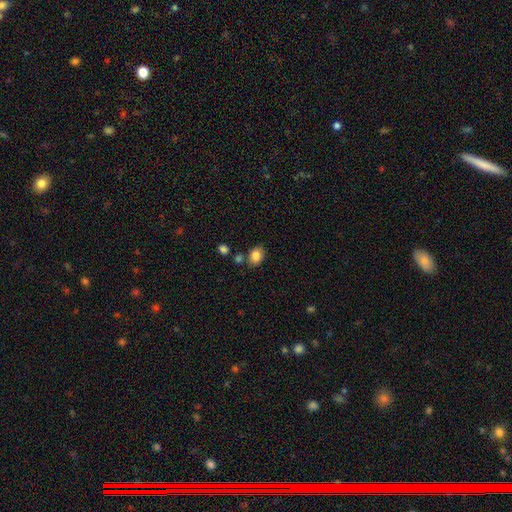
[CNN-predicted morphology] Smooth or featured? Predicted: smooth (p=0.85). How rounded? Predicted: in between (p=0.58). Merging? Predicted: none (p=0.73).